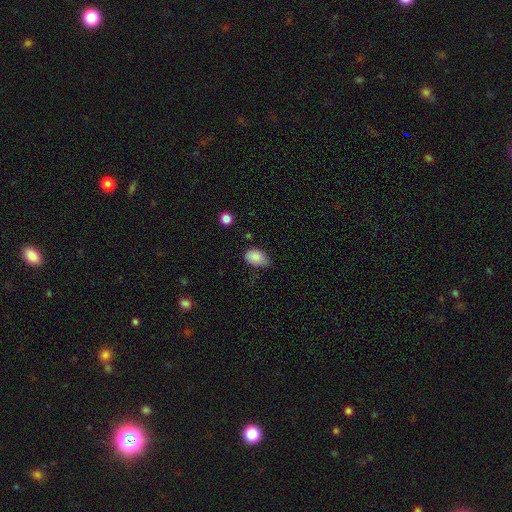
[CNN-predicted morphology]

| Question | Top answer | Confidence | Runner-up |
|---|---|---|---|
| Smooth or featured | smooth | 86% | star or artifact (8%) |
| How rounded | in between | 88% | round (11%) |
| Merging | none | 45% | minor disturbance (44%) |